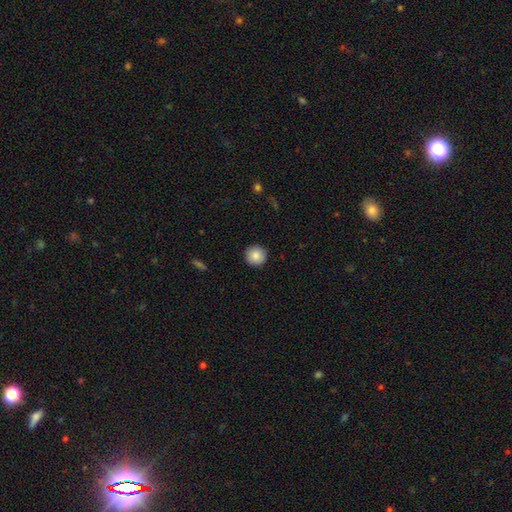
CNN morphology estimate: smooth_or_featured: smooth (p=0.86) [alt: star or artifact p=0.08]
how_rounded: round (p=0.95) [alt: in between p=0.04]
merging: none (p=0.92) [alt: minor disturbance p=0.06]